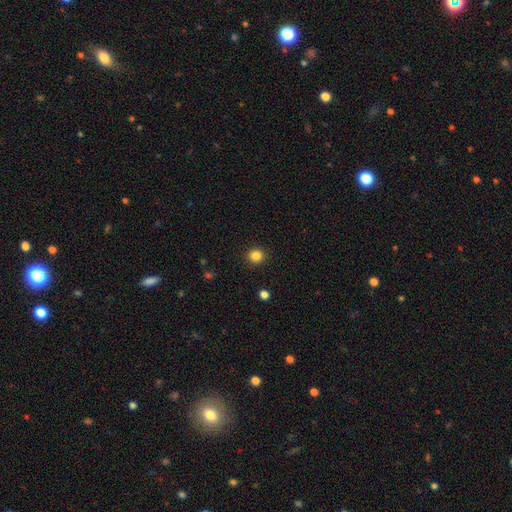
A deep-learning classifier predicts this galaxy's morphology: This appears to be a smooth galaxy with no disk features (85%) that is round (92%). Merging: none (92%).